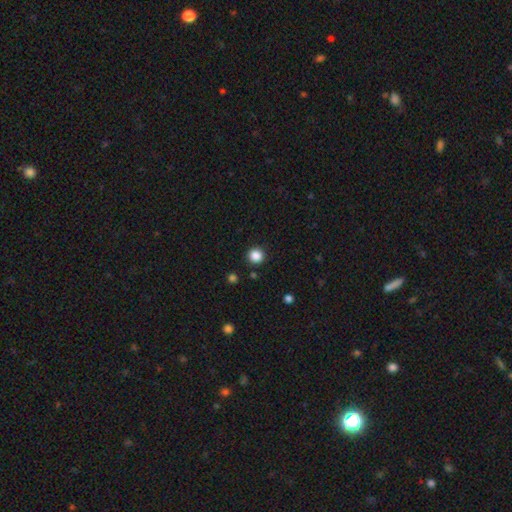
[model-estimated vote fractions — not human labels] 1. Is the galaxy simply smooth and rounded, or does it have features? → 86% smooth, 11% star or artifact, 3% featured or disk.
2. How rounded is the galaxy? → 95% round, 4% in between, 1% cigar-shaped.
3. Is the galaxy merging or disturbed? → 92% none, 5% minor disturbance, 2% major disturbance, 1% merger.